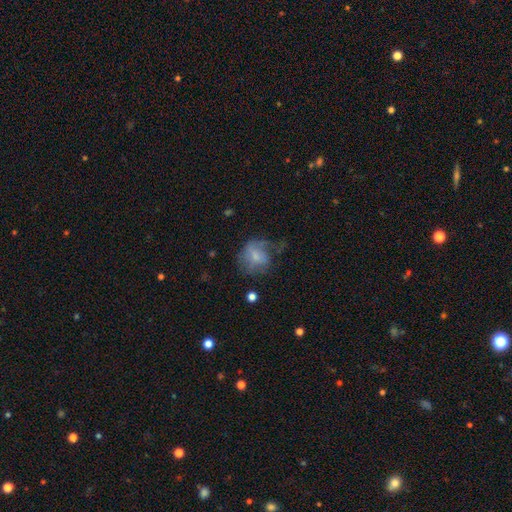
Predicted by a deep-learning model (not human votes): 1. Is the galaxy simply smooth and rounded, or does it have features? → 55% smooth, 35% featured or disk, 10% star or artifact.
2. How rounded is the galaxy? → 58% round, 41% in between, 1% cigar-shaped.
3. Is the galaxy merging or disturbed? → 41% major disturbance, 32% none, 24% minor disturbance, 3% merger.